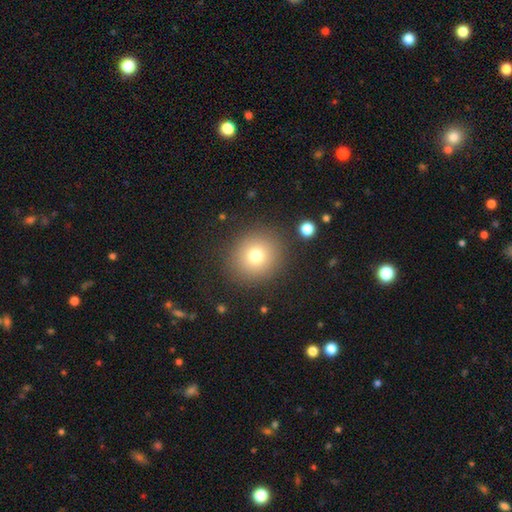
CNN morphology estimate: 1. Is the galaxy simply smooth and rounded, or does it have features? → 76% smooth, 14% star or artifact, 11% featured or disk.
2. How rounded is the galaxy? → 88% round, 11% in between, 1% cigar-shaped.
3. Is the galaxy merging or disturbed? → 87% none, 8% minor disturbance, 4% major disturbance, 2% merger.